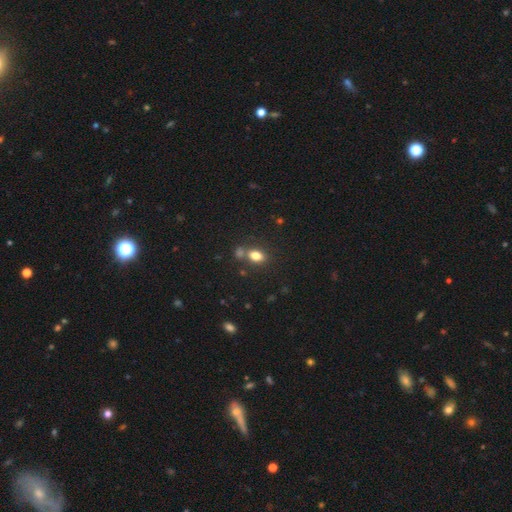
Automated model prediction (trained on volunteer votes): Smooth or featured? Predicted: smooth (p=0.79). How rounded? Predicted: in between (p=0.73). Merging? Predicted: none (p=0.63).